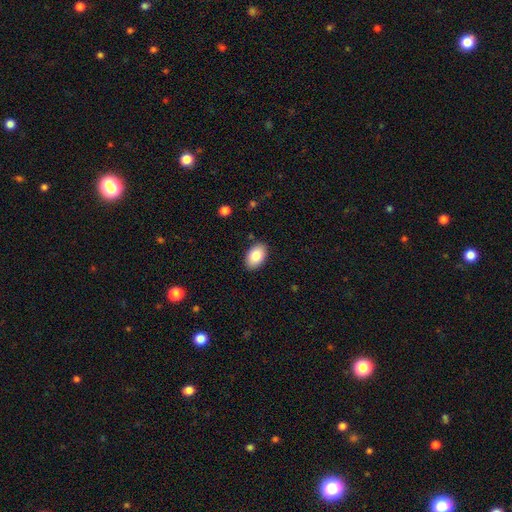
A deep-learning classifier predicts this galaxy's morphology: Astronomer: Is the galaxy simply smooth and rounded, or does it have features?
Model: smooth — 85%.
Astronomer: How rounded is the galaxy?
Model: in between — 92%.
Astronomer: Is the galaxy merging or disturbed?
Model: none — 88%.